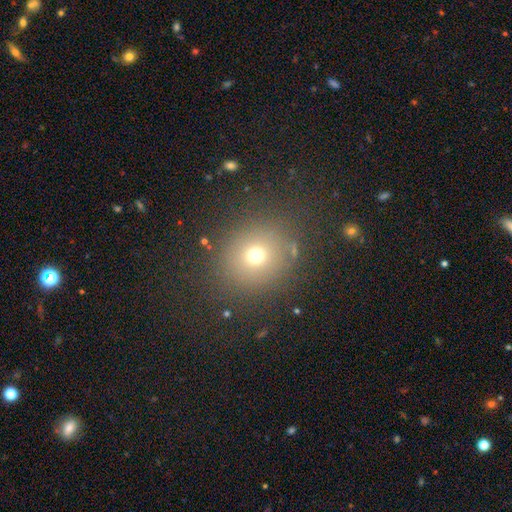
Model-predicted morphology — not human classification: type=smooth (68%); roundness=round (82%); merging=none (82%).